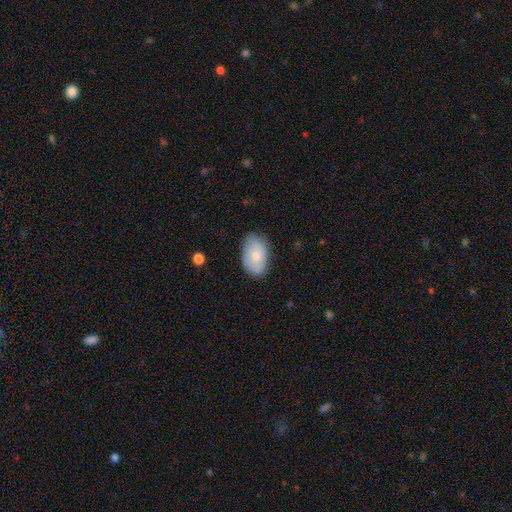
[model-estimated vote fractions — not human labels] Smooth or featured? smooth (73%)
How rounded? in between (91%)
Merging? none (72%)